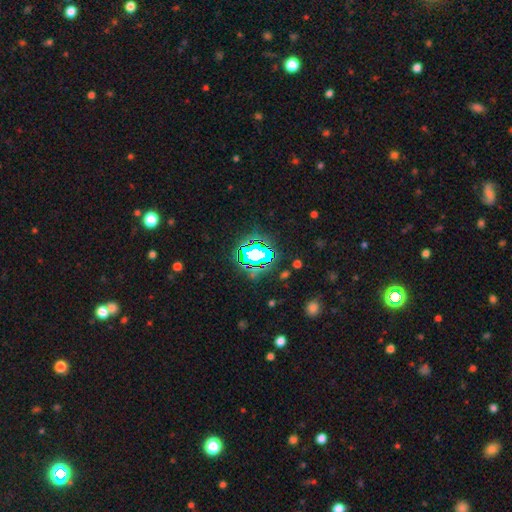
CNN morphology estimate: This is likely a star or artifact rather than a galaxy (64%).